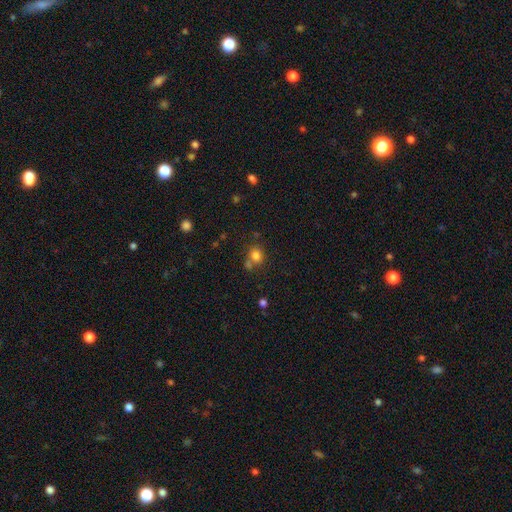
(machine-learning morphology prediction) Smooth or featured?
  - smooth: 79% *
  - star or artifact: 14%
  - featured or disk: 7%
How rounded?
  - round: 76% *
  - in between: 23%
  - cigar-shaped: 1%
Merging?
  - none: 60% *
  - merger: 24%
  - minor disturbance: 11%
  - major disturbance: 5%